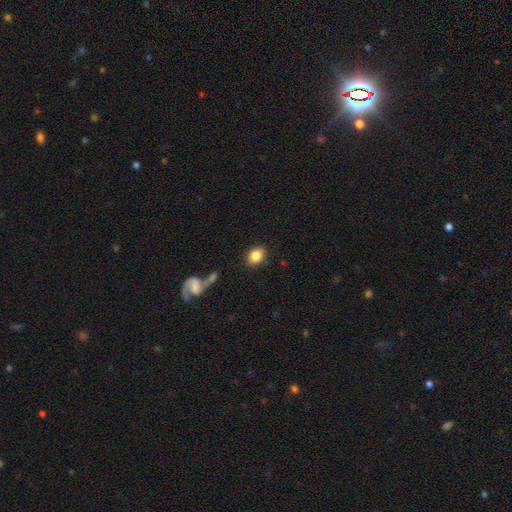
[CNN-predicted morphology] A smooth galaxy with no disk features (84%) that is in between round and cigar-shaped (69%).

Vote fractions:
- Smooth or featured? smooth: 84% / star or artifact: 8% / featured or disk: 8%
- How rounded? in between: 69% / round: 30% / cigar-shaped: 1%
- Merging? none: 82% / minor disturbance: 10% / merger: 4% / major disturbance: 4%